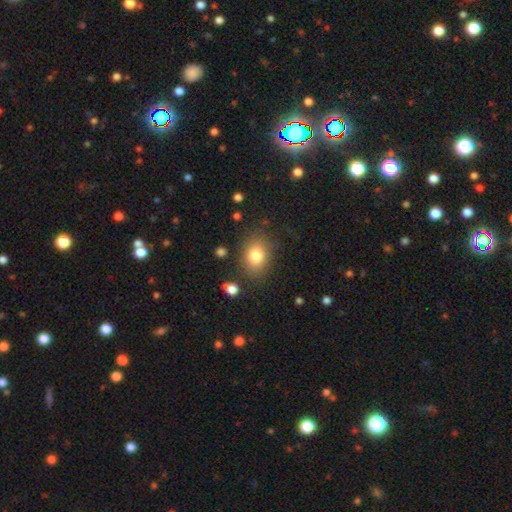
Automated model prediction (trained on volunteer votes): smooth-or-featured: smooth: 80% | star or artifact: 10% | featured or disk: 10%
  how-rounded: in between: 59% | round: 40% | cigar-shaped: 1%
  merging: none: 77% | minor disturbance: 14% | major disturbance: 6% | merger: 3%